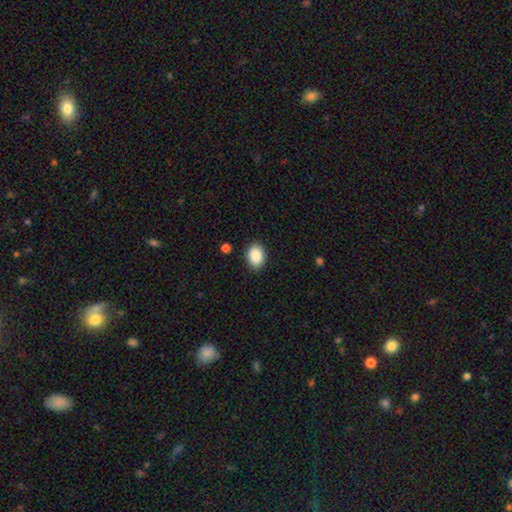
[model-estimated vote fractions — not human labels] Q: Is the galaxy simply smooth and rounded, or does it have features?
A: smooth — 89%.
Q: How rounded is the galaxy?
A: in between — 75%.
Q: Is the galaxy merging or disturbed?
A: none — 88%.